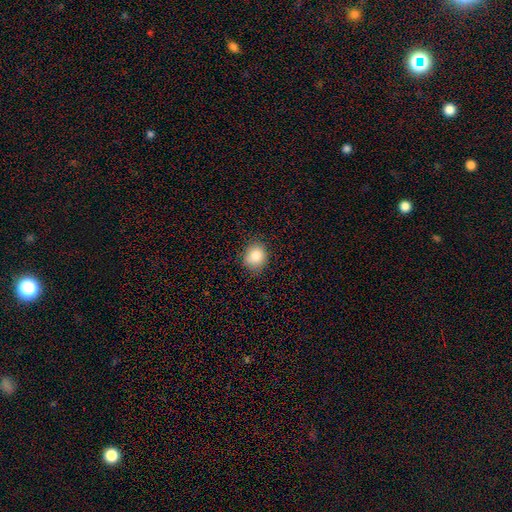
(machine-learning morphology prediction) type=smooth (84%); roundness=round (64%); merging=none (82%).